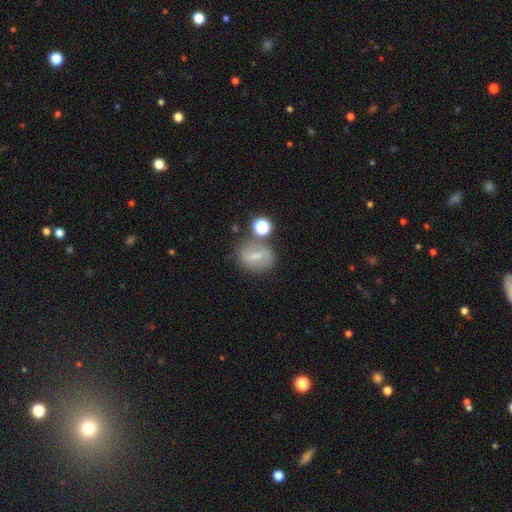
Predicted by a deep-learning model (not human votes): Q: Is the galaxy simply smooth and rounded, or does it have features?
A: smooth — 47%.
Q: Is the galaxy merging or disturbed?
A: none — 64%.